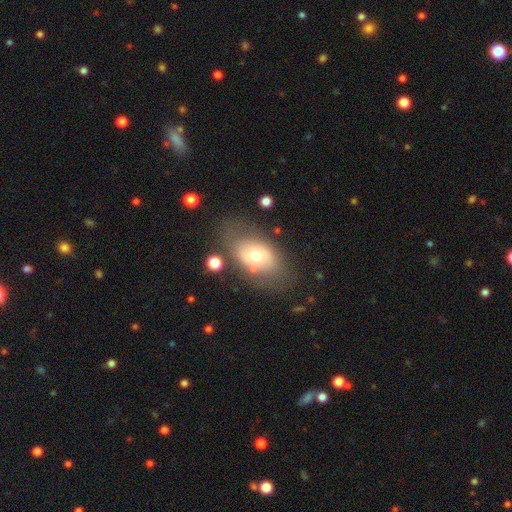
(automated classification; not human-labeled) smooth-or-featured: smooth: 59% | featured or disk: 32% | star or artifact: 9%
  how-rounded: in between: 84% | round: 14% | cigar-shaped: 2%
  merging: none: 64% | minor disturbance: 20% | major disturbance: 11% | merger: 5%